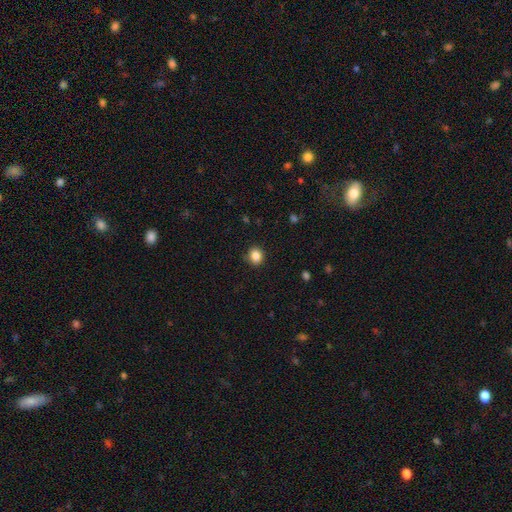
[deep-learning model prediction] This is clearly a smooth galaxy (86%). How rounded: likely round (74%). Merging: clearly none (87%).